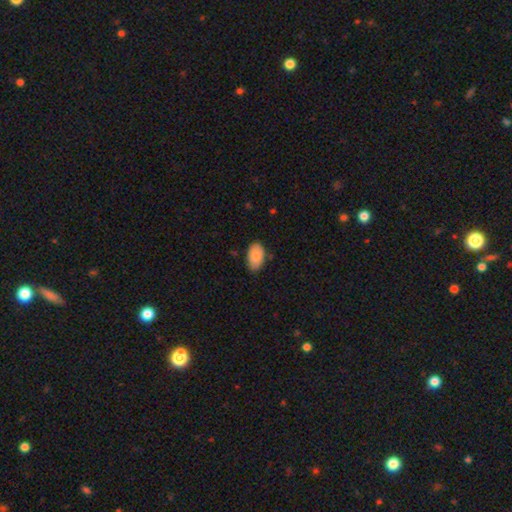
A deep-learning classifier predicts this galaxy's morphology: A smooth galaxy with no disk features (87%) that is in between round and cigar-shaped (94%). Merging: none (82%).